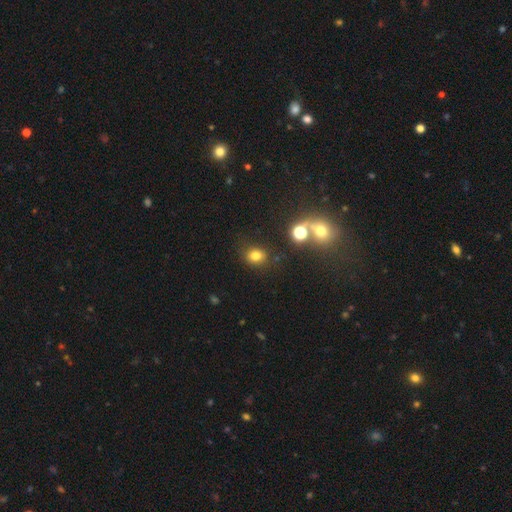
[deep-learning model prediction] smooth_or_featured: smooth (p=0.76) [alt: star or artifact p=0.17]
how_rounded: round (p=0.53) [alt: in between p=0.46]
merging: none (p=0.79) [alt: minor disturbance p=0.12]